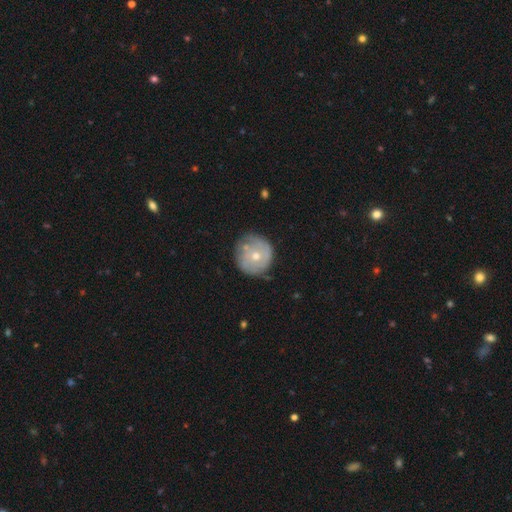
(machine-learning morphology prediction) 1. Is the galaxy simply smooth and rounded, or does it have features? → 49% featured or disk, 45% smooth, 7% star or artifact.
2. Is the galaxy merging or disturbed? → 69% none, 22% minor disturbance, 6% major disturbance, 3% merger.